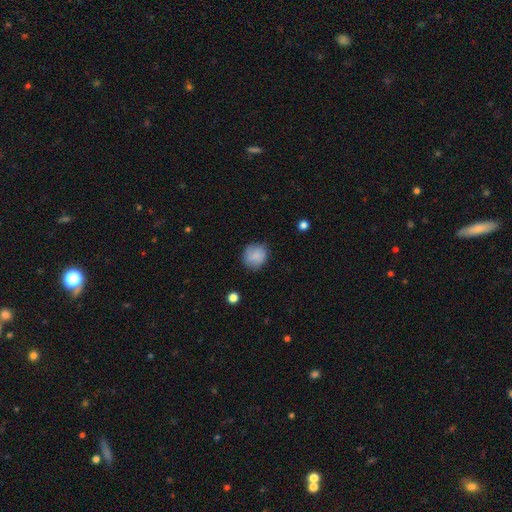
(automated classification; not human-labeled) smooth 83%, featured or disk 9%, star or artifact 8%. Down the decision tree: how rounded — round (84%); merging — none (78%).